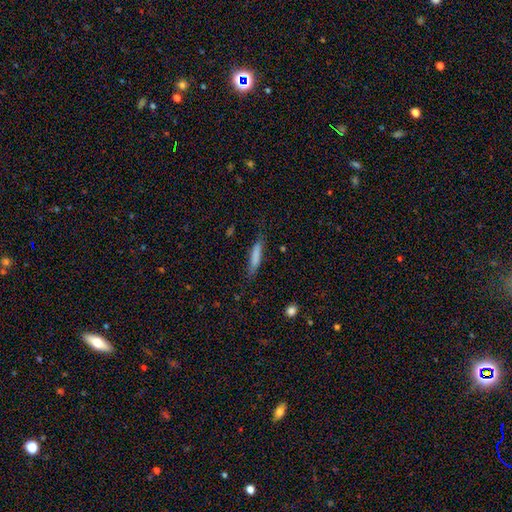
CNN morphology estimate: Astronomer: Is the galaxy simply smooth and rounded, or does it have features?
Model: smooth — 78%.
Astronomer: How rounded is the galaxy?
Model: cigar-shaped — 85%.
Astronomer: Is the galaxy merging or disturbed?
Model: none — 74%.